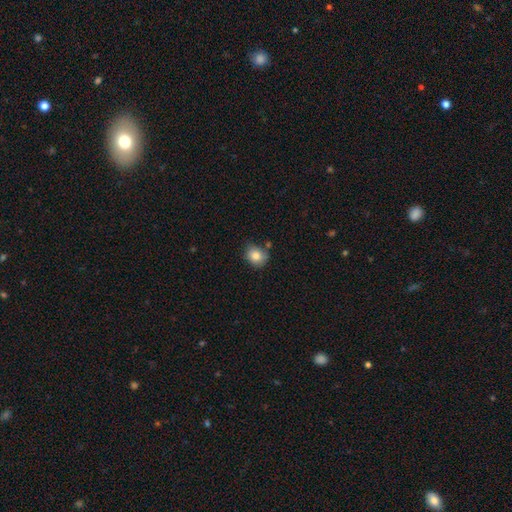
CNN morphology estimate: Smooth or featured? smooth (82%)
How rounded? round (64%)
Merging? none (67%)